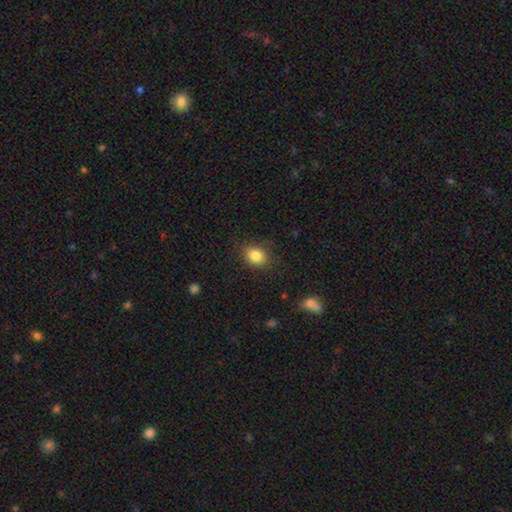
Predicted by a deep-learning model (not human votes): Smooth or featured? smooth (85%)
How rounded? in between (54%)
Merging? none (80%)